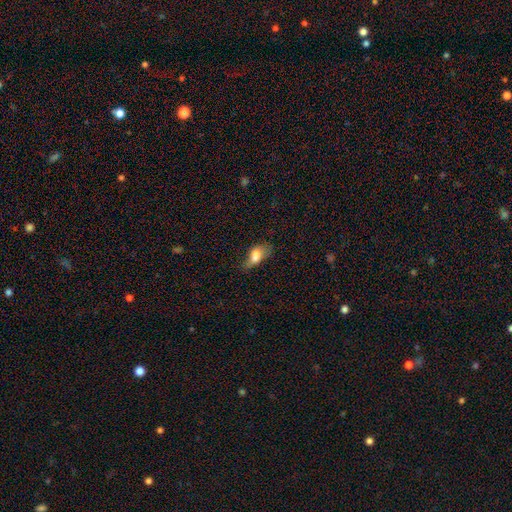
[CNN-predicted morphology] Smooth or featured? Predicted: smooth (p=0.76). How rounded? Predicted: in between (p=0.86). Merging? Predicted: none (p=0.36).